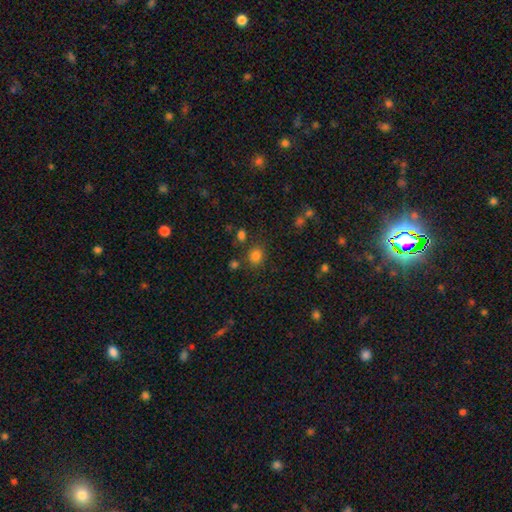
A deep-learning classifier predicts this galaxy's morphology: smooth 79%, star or artifact 15%, featured or disk 5%. Down the decision tree: how rounded — round (75%); merging — none (79%).